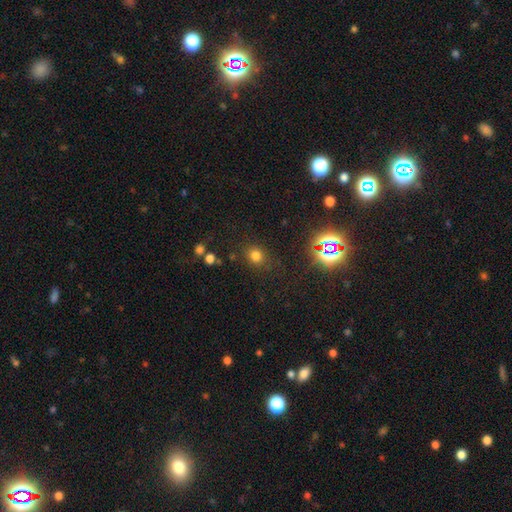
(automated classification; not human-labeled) smooth 73%, star or artifact 21%, featured or disk 6%. Down the decision tree: how rounded — round (76%); merging — none (80%).